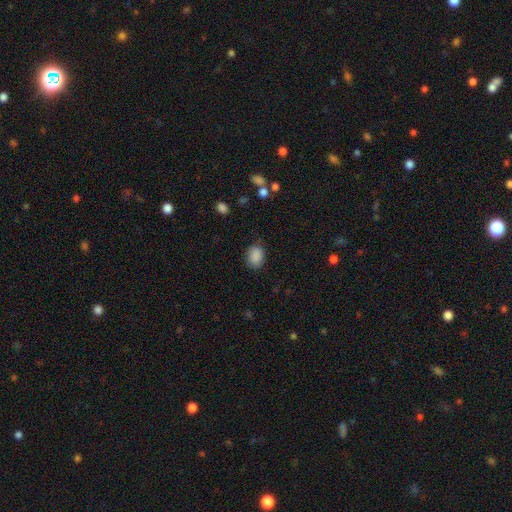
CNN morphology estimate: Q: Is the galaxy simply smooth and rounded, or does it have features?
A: smooth — 88%.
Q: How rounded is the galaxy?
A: in between — 63%.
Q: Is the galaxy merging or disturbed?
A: none — 81%.